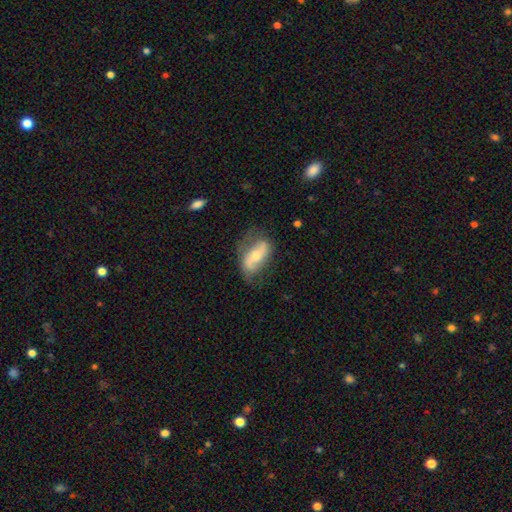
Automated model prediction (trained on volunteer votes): featured or disk 57%, smooth 36%, star or artifact 6%. Down the decision tree: edge-on disk — no (88%); bar — no (42%); spiral arms — yes (71%); bulge size — moderate (57%); merging — none (62%).